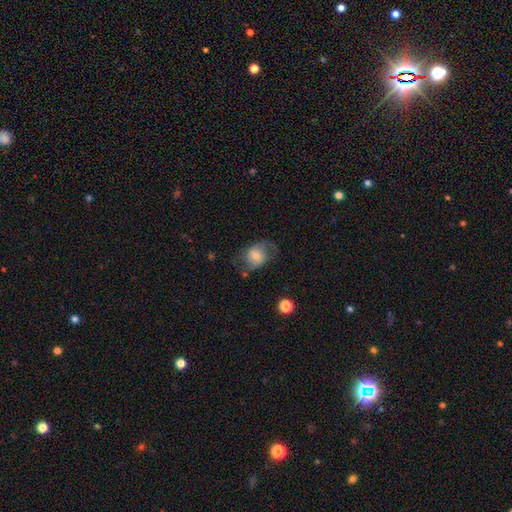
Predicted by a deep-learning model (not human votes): Smooth or featured: featured or disk — 46% (smooth — 45%)
Merging: none — 55% (minor disturbance — 24%)